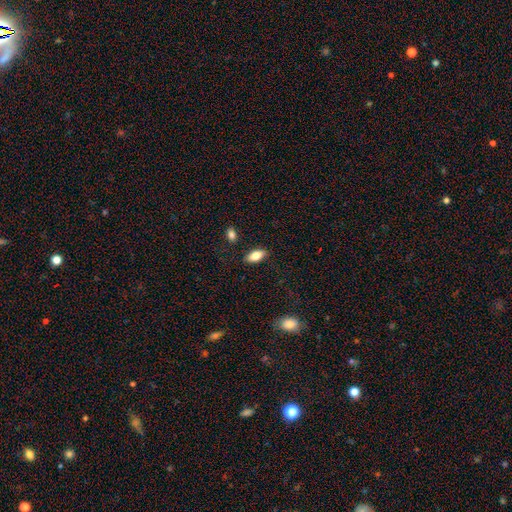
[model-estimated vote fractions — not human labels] Smooth or featured?
  - smooth: 80% *
  - featured or disk: 13%
  - star or artifact: 7%
How rounded?
  - in between: 88% *
  - cigar-shaped: 8%
  - round: 3%
Merging?
  - none: 86% *
  - minor disturbance: 10%
  - major disturbance: 2%
  - merger: 2%